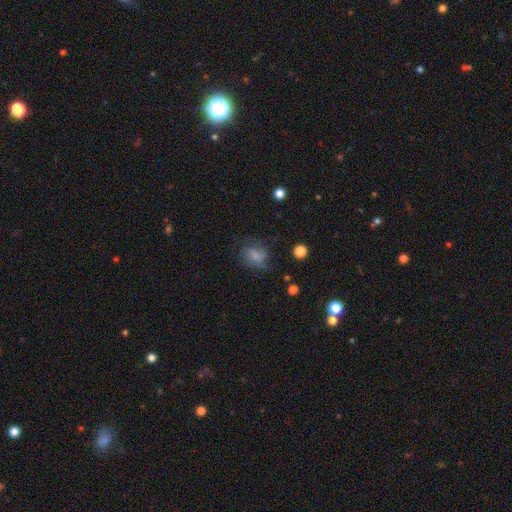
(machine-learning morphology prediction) Q: Smooth or featured?
A: smooth (72%); runner-up: featured or disk (16%)
Q: How rounded?
A: in between (52%); runner-up: round (47%)
Q: Merging?
A: none (54%); runner-up: minor disturbance (27%)